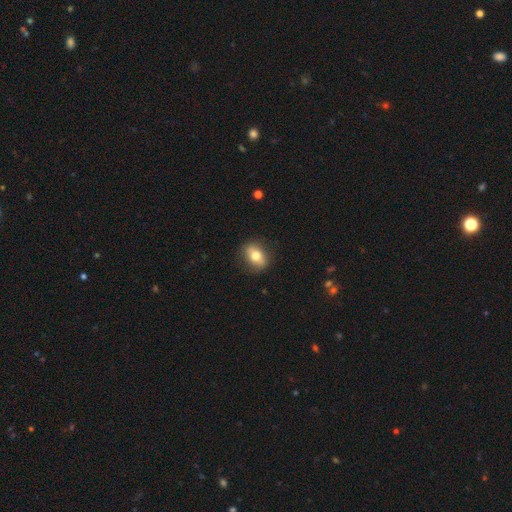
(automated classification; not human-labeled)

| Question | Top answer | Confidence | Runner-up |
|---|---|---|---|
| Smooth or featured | smooth | 68% | featured or disk (24%) |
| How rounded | in between | 67% | round (29%) |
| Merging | none | 84% | minor disturbance (12%) |